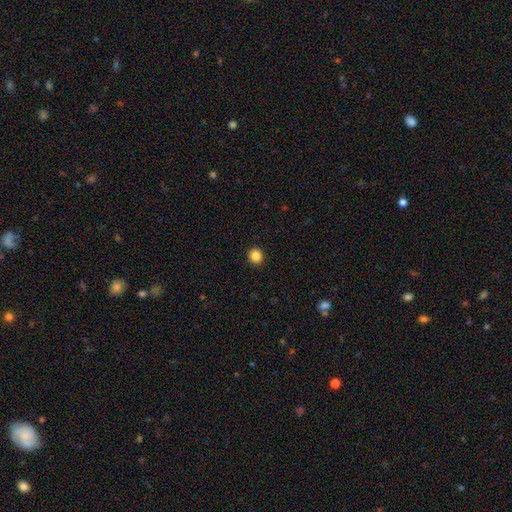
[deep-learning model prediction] smooth-or-featured: smooth: 86% | star or artifact: 11% | featured or disk: 3%
  how-rounded: round: 92% | in between: 7% | cigar-shaped: 1%
  merging: none: 93% | minor disturbance: 4% | major disturbance: 2% | merger: 1%